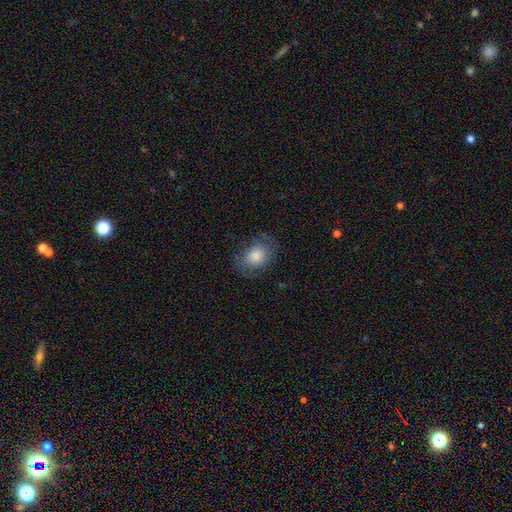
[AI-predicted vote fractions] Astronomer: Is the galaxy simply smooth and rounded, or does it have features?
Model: smooth — 67%.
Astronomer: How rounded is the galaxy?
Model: in between — 61% (runner-up: round, 38%).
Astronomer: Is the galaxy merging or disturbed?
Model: none — 72%.